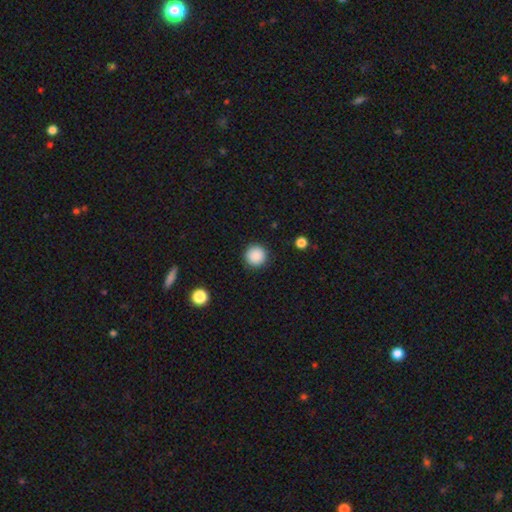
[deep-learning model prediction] The model was most divided on "smooth or featured": smooth: 88%, star or artifact: 9%, featured or disk: 3%. More confident: how rounded — round (96%); merging — none (92%).